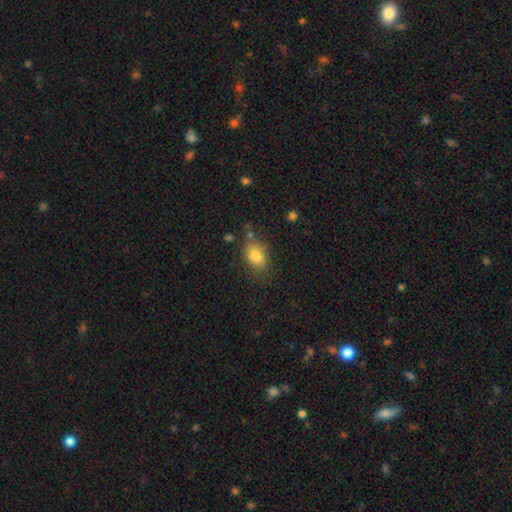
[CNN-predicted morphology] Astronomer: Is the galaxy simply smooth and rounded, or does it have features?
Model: smooth — 81%.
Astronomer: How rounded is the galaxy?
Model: in between — 78%.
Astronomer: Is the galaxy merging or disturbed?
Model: none — 72%.